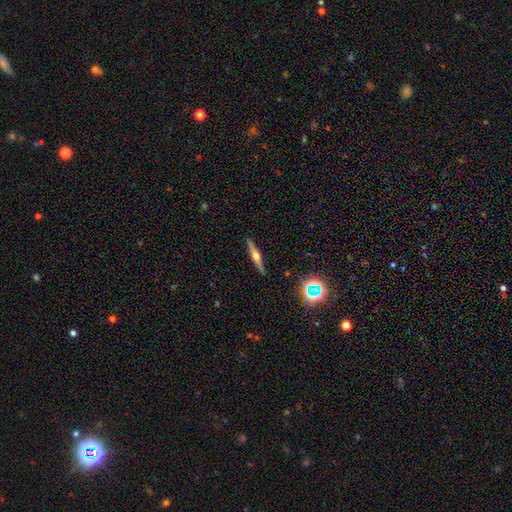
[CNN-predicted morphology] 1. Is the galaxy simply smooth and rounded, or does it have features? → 67% featured or disk, 25% smooth, 9% star or artifact.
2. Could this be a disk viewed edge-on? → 97% yes, 3% no.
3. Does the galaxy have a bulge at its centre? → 91% rounded, 6% boxy, 4% none.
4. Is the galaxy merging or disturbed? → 89% none, 8% minor disturbance, 2% major disturbance, 1% merger.